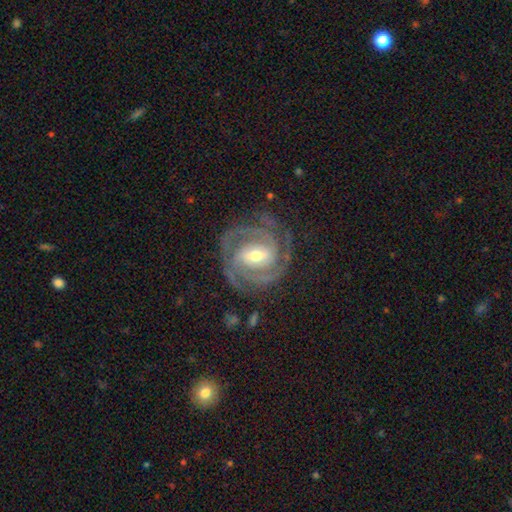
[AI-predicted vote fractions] A featured or disk galaxy (92%) with a weak bar (41%, tied with strong), 2 (46%) tight (72%) spiral arms (98%) and a moderate central bulge (60%).

Vote fractions:
- Smooth or featured? featured or disk: 92% / star or artifact: 4% / smooth: 4%
- Edge-on disk? no: 98% / yes: 2%
- Bar? weak: 41% (tied) / strong: 41% (tied) / no: 19%
- Spiral arms? yes: 98% / no: 2%
- Spiral winding? tight: 72% / medium: 25% / loose: 3%
- Spiral arm count? 2: 46% / 3: 31% / can't tell: 9% / 4: 7% / 1: 4% / more than 4: 4%
- Bulge size? moderate: 60% / small: 34% / large: 4% / none: 1% / dominant: 1%
- Merging? none: 79% / minor disturbance: 14% / major disturbance: 6% / merger: 1%